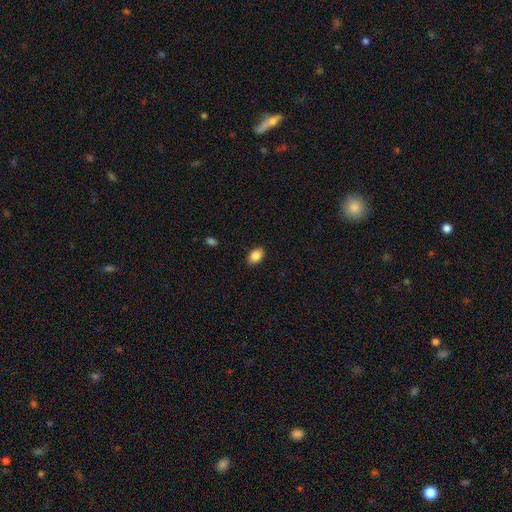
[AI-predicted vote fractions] Smooth or featured: smooth — 88% (star or artifact — 8%)
How rounded: in between — 85% (round — 14%)
Merging: none — 87% (minor disturbance — 9%)